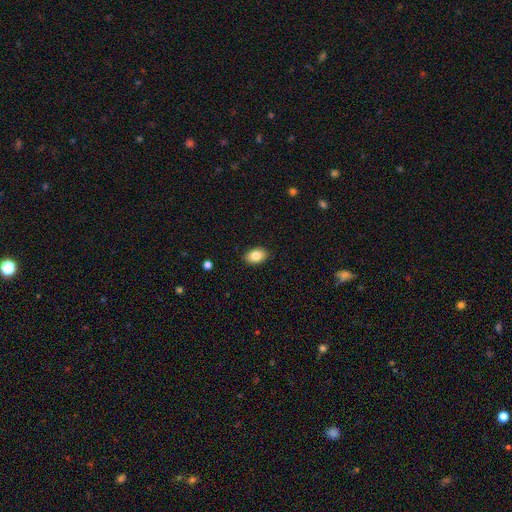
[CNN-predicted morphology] Smooth or featured: smooth — 84% (featured or disk — 9%)
How rounded: in between — 88% (round — 11%)
Merging: none — 89% (minor disturbance — 8%)